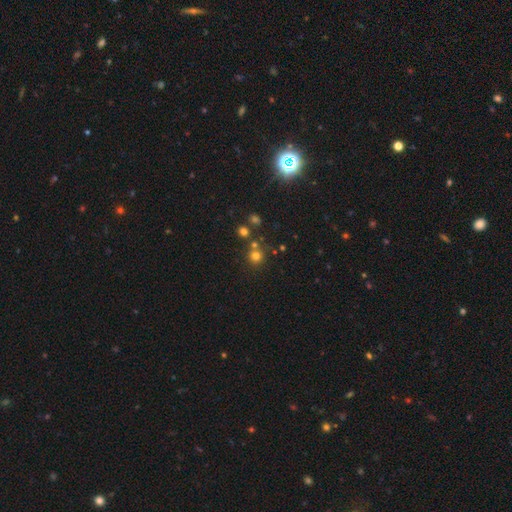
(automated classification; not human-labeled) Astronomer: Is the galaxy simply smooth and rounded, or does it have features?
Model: smooth — 71%.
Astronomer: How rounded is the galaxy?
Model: round — 91%.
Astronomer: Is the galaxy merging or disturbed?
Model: none — 71%.